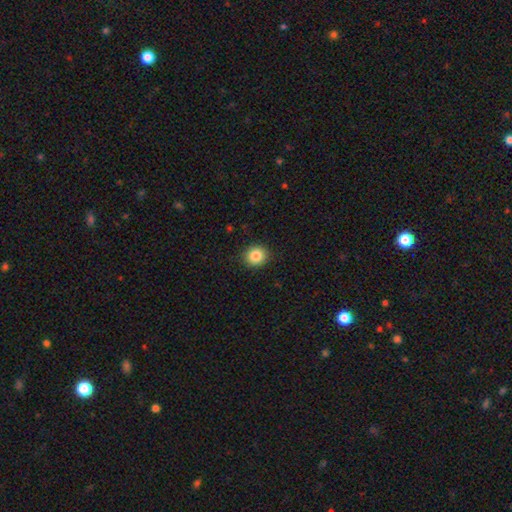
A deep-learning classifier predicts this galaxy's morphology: smooth 85%, star or artifact 10%, featured or disk 5%. Down the decision tree: how rounded — round (81%); merging — none (90%).